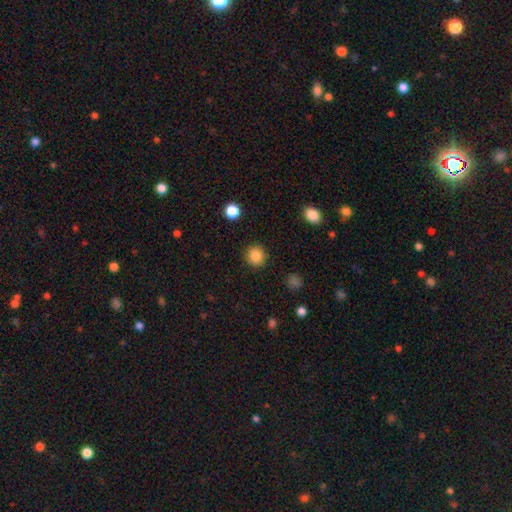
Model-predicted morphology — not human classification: Smooth or featured? smooth (86%)
How rounded? round (91%)
Merging? none (90%)